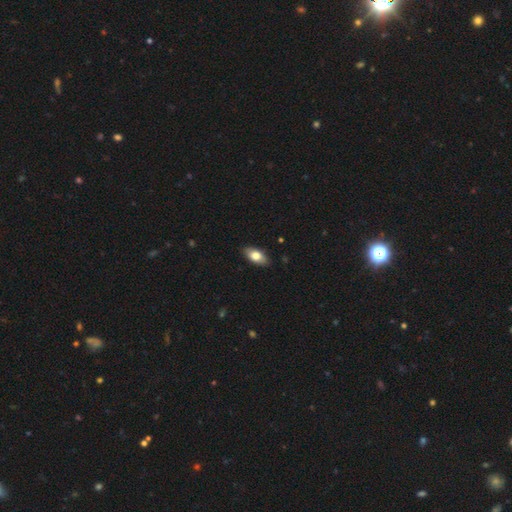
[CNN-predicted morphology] smooth 76%, featured or disk 17%, star or artifact 6%. Down the decision tree: how rounded — in between (90%); merging — none (87%).